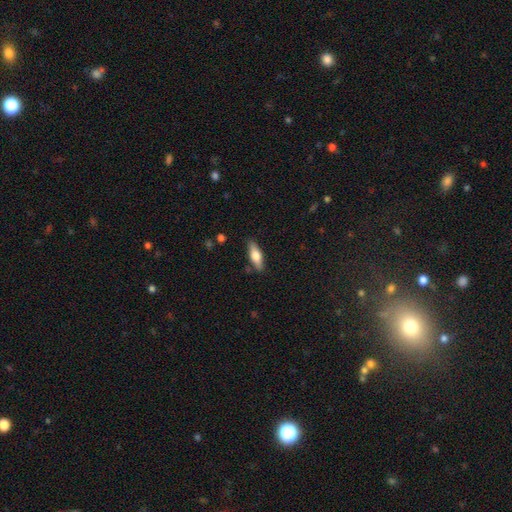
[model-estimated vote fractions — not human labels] This appears to be a smooth galaxy with no disk features (60%) that is in between round and cigar-shaped (54%). Merging: none (85%).